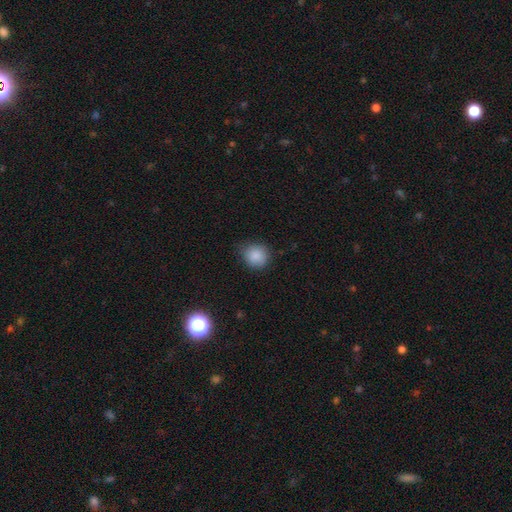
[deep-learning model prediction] The model was most divided on "merging": none: 73%, minor disturbance: 21%, major disturbance: 4%, merger: 1%. More confident: smooth or featured — smooth (87%); how rounded — round (81%).